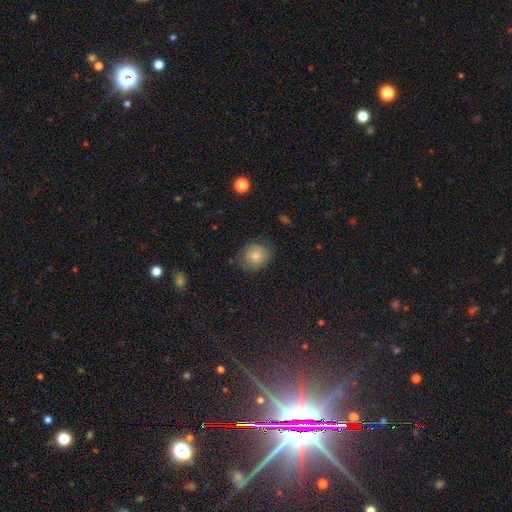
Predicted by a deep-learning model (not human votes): Smooth or featured? Predicted: smooth (p=0.74). How rounded? Predicted: round (p=0.76). Merging? Predicted: none (p=0.71).